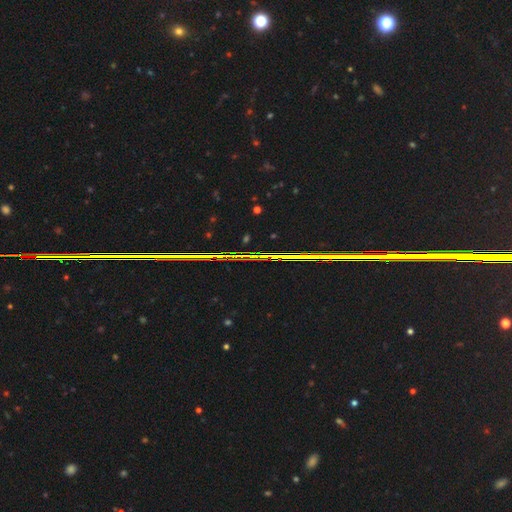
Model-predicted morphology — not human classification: This is clearly a star or artifact rather than a galaxy (86%).